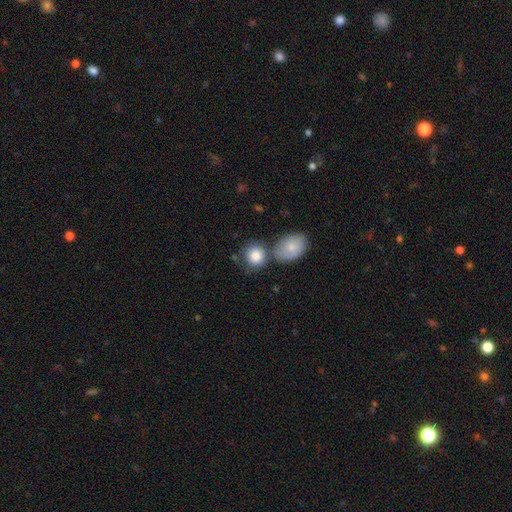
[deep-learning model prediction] Smooth or featured: smooth — 84% (featured or disk — 9%)
How rounded: round — 76% (in between — 23%)
Merging: none — 52% (merger — 29%)